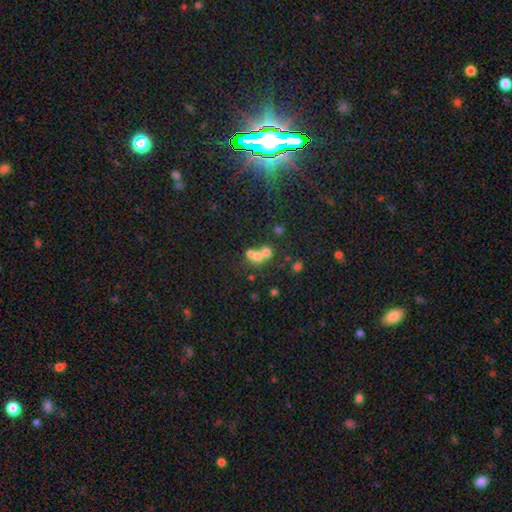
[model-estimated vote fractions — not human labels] Morphology: type=smooth (57%); roundness=round (65%); merging=merger (62%).